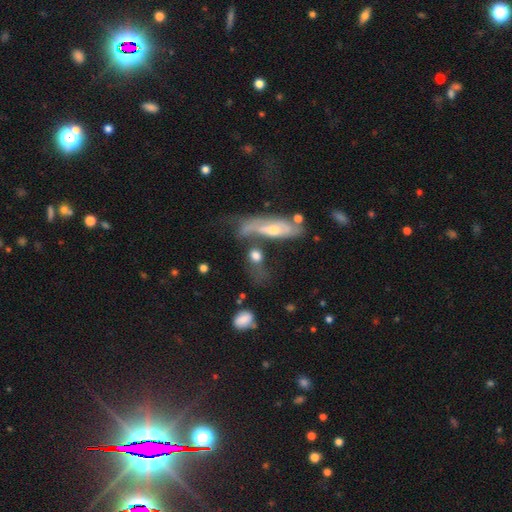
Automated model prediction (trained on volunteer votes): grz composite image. It shows a smooth galaxy with no disk features (56%) that is in between round and cigar-shaped (54%). Merging: merger (34%).